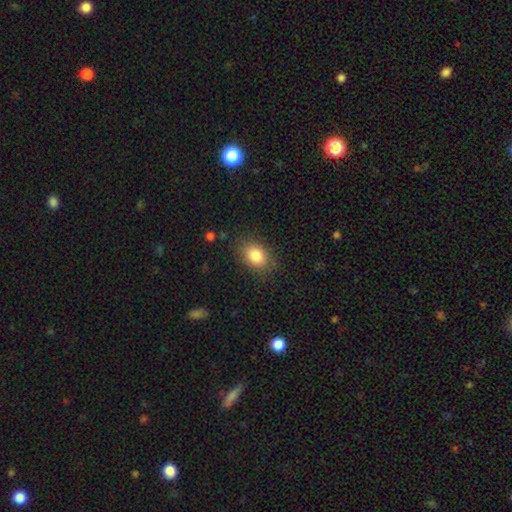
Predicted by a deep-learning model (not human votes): smooth_or_featured: smooth (p=0.83) [alt: star or artifact p=0.09]
how_rounded: in between (p=0.77) [alt: round p=0.22]
merging: none (p=0.83) [alt: minor disturbance p=0.12]